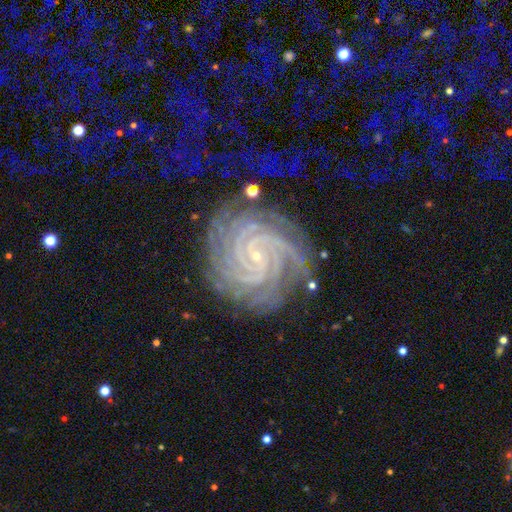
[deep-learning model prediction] Morphology: type=featured or disk (92%); edge-on=no (98%); bar=no (51%); spiral arms=yes (99%); winding=tight (86%); arm count=4 (28%); bulge=small (89%); merging=none (69%).